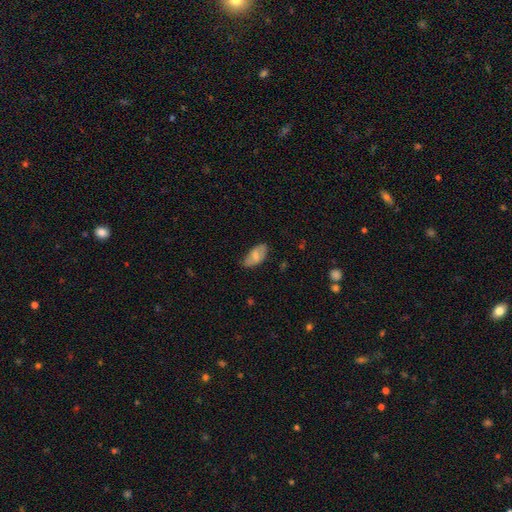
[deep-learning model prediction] Smooth or featured: smooth — 62% (featured or disk — 31%)
How rounded: in between — 93% (cigar-shaped — 4%)
Merging: none — 69% (minor disturbance — 24%)